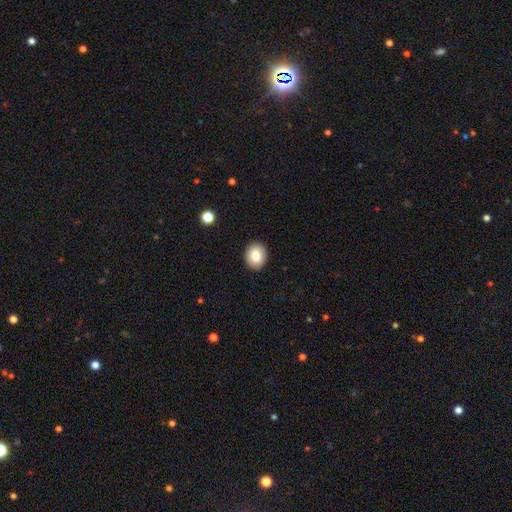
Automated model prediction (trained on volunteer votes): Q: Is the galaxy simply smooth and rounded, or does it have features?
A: smooth — 81%.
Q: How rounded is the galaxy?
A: round — 65%.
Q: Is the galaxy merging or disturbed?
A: none — 91%.